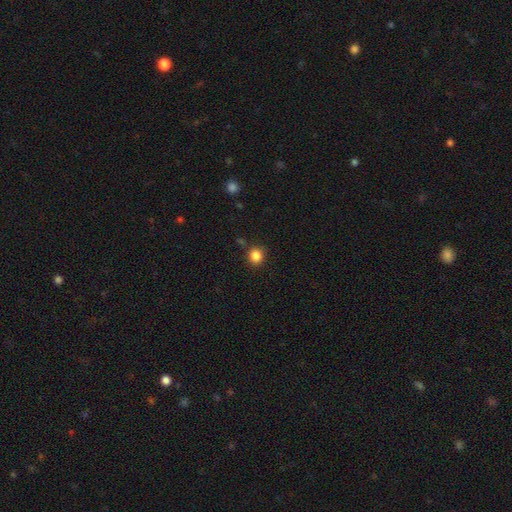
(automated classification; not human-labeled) smooth-or-featured: smooth: 85% | star or artifact: 11% | featured or disk: 4%
  how-rounded: round: 86% | in between: 13% | cigar-shaped: 1%
  merging: none: 84% | minor disturbance: 10% | merger: 3% | major disturbance: 3%